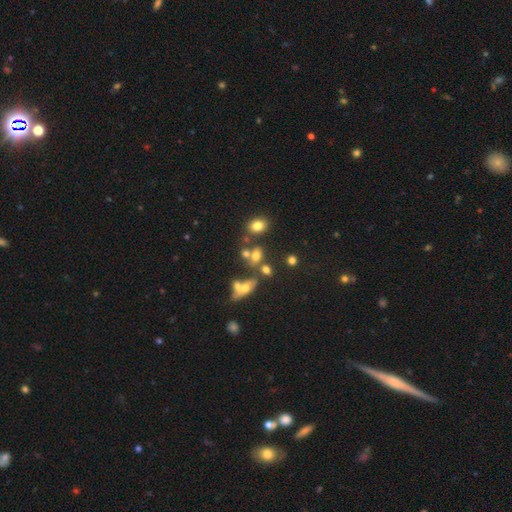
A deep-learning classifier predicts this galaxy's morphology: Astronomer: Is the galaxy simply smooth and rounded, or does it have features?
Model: smooth — 63%.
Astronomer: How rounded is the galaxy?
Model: in between — 66%.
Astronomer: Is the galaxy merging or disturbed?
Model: none — 43% (runner-up: merger, 36%).